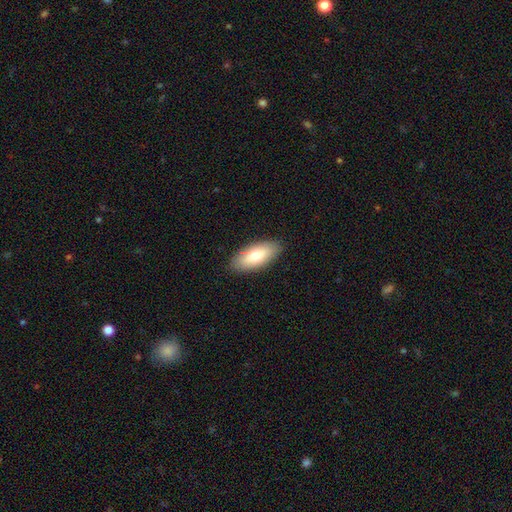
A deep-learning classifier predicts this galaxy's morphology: This is likely a smooth galaxy (75%). How rounded: clearly in between (86%). Merging: clearly none (88%).